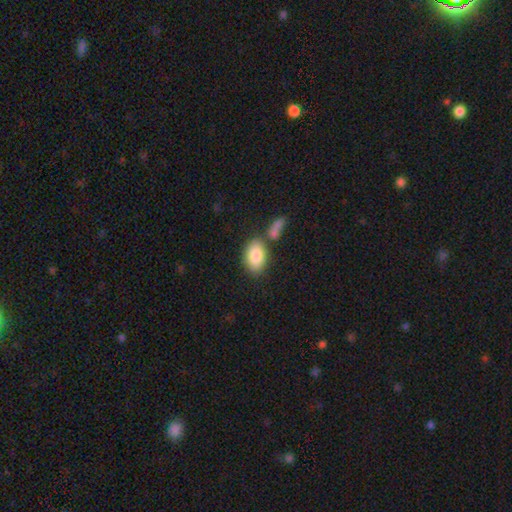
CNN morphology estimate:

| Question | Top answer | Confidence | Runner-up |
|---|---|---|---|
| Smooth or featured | smooth | 84% | featured or disk (9%) |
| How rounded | in between | 91% | round (7%) |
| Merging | none | 64% | merger (18%) |